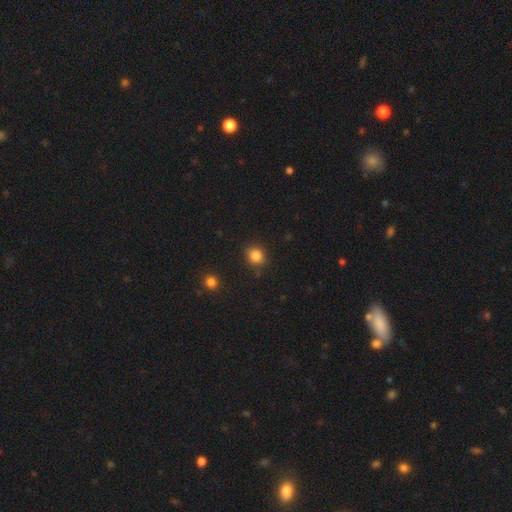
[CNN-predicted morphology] A smooth galaxy with no disk features (84%) that is round (73%).

Vote fractions:
- Smooth or featured? smooth: 84% / star or artifact: 11% / featured or disk: 5%
- How rounded? round: 73% / in between: 26% / cigar-shaped: 1%
- Merging? none: 84% / minor disturbance: 11% / major disturbance: 3% / merger: 2%